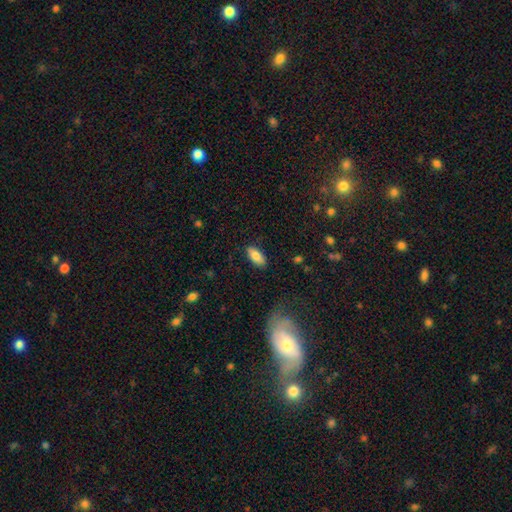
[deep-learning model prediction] This appears to be a smooth galaxy with no disk features (80%) that is in between round and cigar-shaped (85%). Merging: none (87%).